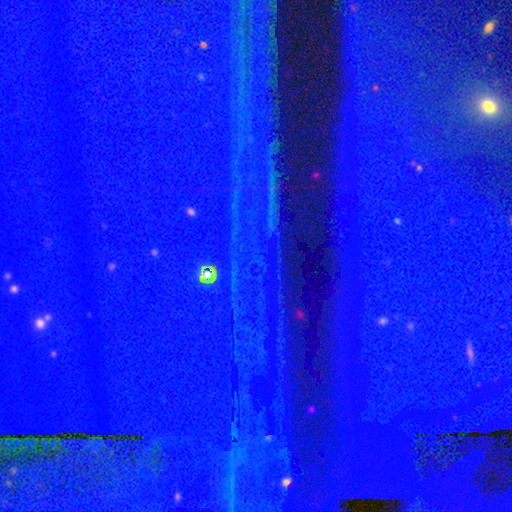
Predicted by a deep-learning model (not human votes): This is clearly a star or artifact rather than a galaxy (89%).